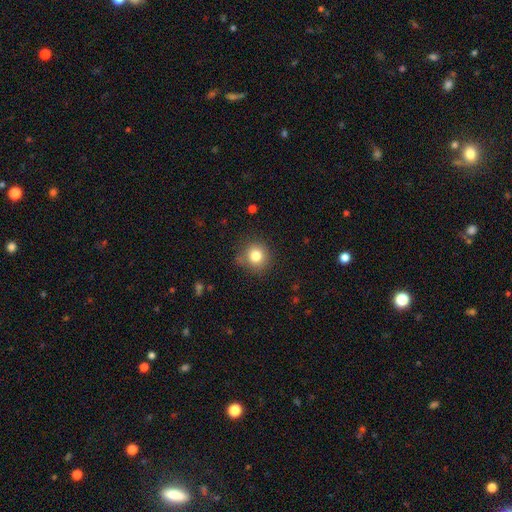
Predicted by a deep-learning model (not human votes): Smooth or featured?
  - smooth: 80% *
  - star or artifact: 12%
  - featured or disk: 8%
How rounded?
  - round: 89% *
  - in between: 10%
  - cigar-shaped: 1%
Merging?
  - none: 79% *
  - minor disturbance: 15%
  - major disturbance: 4%
  - merger: 2%